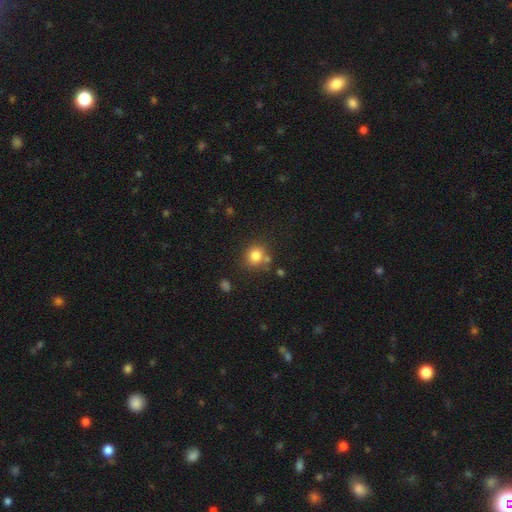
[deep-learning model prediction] Q: Smooth or featured?
A: smooth (81%); runner-up: star or artifact (12%)
Q: How rounded?
A: round (83%); runner-up: in between (16%)
Q: Merging?
A: none (71%); runner-up: minor disturbance (13%)